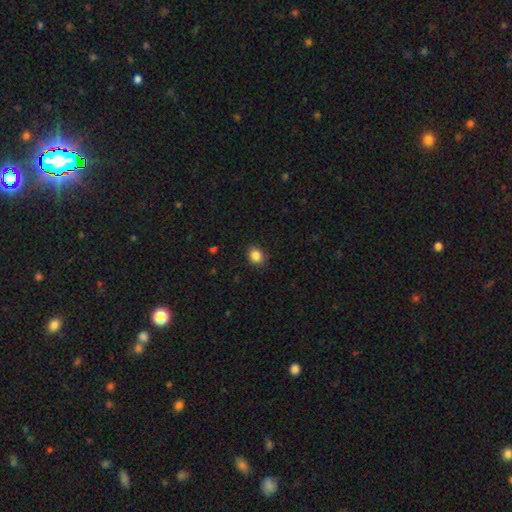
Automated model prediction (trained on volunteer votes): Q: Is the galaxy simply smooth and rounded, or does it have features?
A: smooth — 86%.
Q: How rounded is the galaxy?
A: round — 66%.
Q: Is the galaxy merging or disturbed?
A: none — 88%.